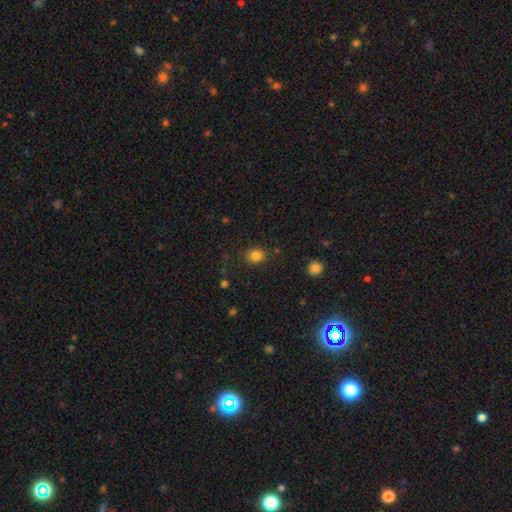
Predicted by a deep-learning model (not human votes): Morphology: type=smooth (83%); roundness=round (66%); merging=none (86%).